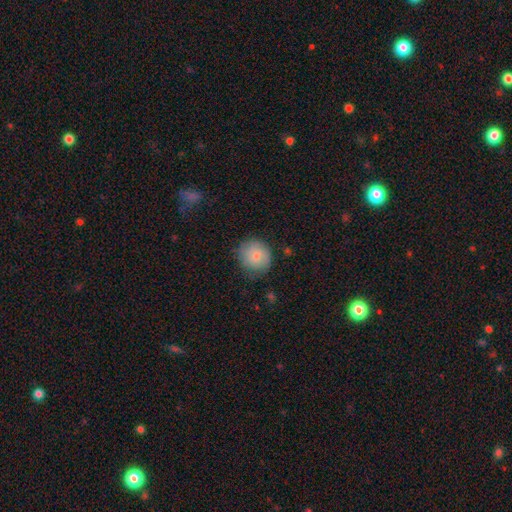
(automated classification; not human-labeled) A smooth galaxy with no disk features (79%) that is round (89%).

Vote fractions:
- Smooth or featured? smooth: 79% / featured or disk: 14% / star or artifact: 7%
- How rounded? round: 89% / in between: 10% / cigar-shaped: 1%
- Merging? none: 76% / minor disturbance: 18% / major disturbance: 5% / merger: 1%